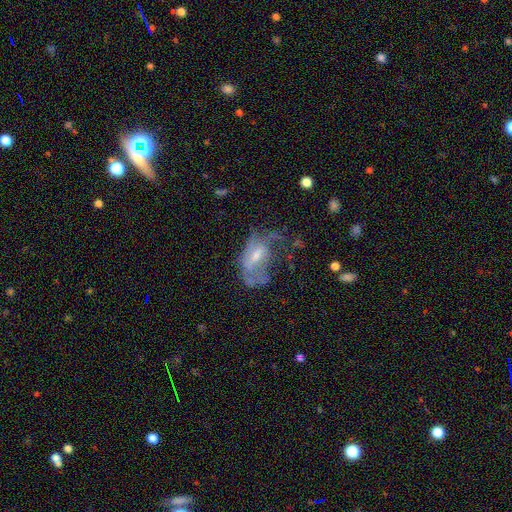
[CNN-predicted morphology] Smooth or featured? Predicted: featured or disk (p=0.64). Edge-on disk? Predicted: no (p=0.94). Bar? Predicted: no (p=0.46). Spiral arms? Predicted: yes (p=0.51). Bulge size? Predicted: small (p=0.44). Merging? Predicted: major disturbance (p=0.41).